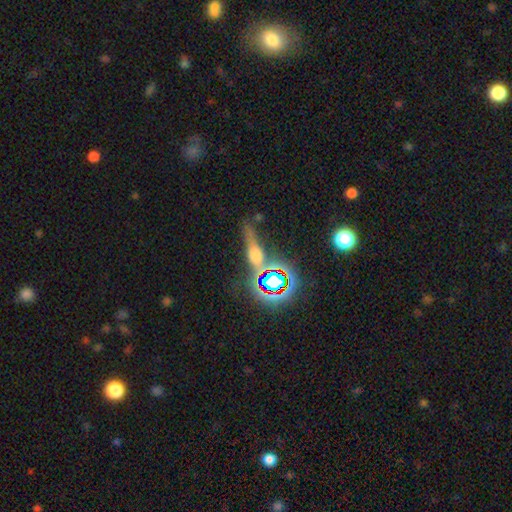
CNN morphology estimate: smooth-or-featured: featured or disk: 38% | star or artifact: 34% | smooth: 29%
  merging: none: 68% | minor disturbance: 15% | merger: 9% | major disturbance: 7%